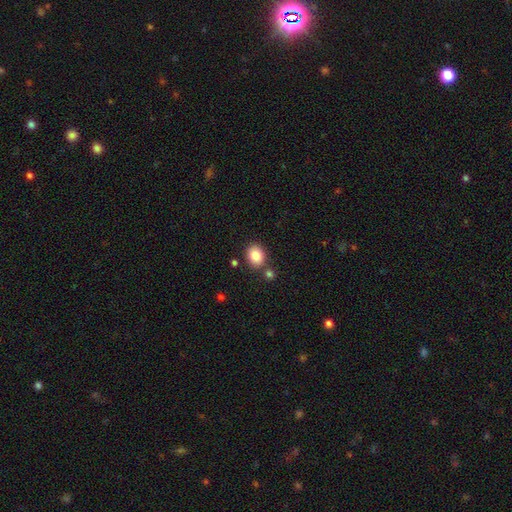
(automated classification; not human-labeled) smooth 84%, star or artifact 9%, featured or disk 7%. Down the decision tree: how rounded — round (54%); merging — none (79%).